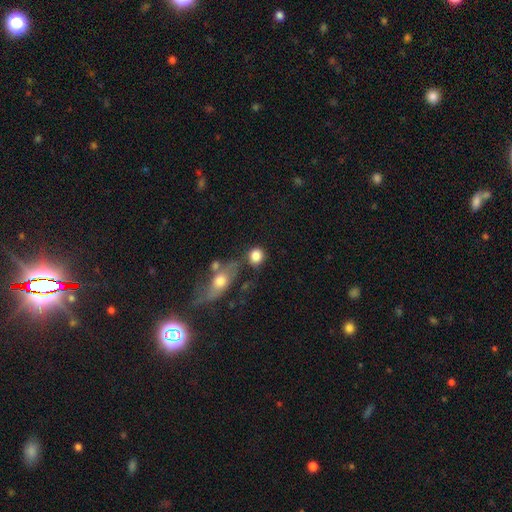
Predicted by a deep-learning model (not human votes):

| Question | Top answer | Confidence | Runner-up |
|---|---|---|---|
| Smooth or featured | smooth | 83% | featured or disk (9%) |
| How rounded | round | 74% | in between (23%) |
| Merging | none | 56% | merger (19%) |